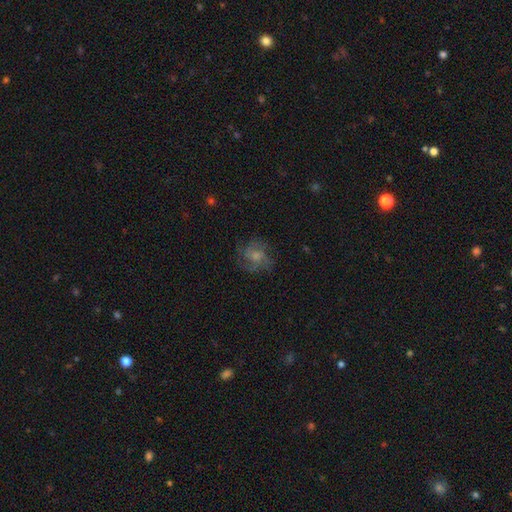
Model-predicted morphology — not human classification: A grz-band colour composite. It shows a featured or disk galaxy (63%) with no bar (71%), 3 (36%) medium (49%) spiral arms (88%) and a moderate central bulge (41%). Merging: none (68%).